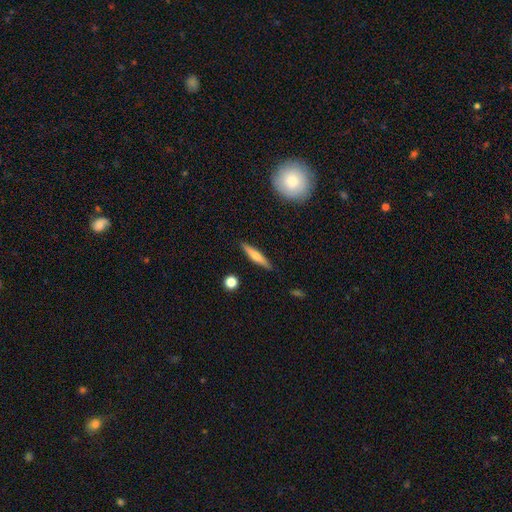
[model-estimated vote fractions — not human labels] A smooth galaxy with no disk features (54%) that is cigar-shaped (87%).

Vote fractions:
- Smooth or featured? smooth: 54% / featured or disk: 40% / star or artifact: 7%
- How rounded? cigar-shaped: 87% / in between: 11% / round: 2%
- Merging? none: 88% / minor disturbance: 8% / major disturbance: 2% / merger: 2%